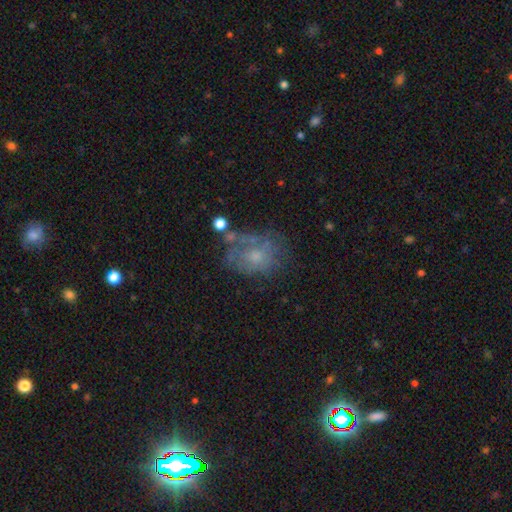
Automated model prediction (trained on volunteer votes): Q: Smooth or featured?
A: featured or disk (42%); runner-up: smooth (41%)
Q: Merging?
A: none (46%); runner-up: minor disturbance (24%)